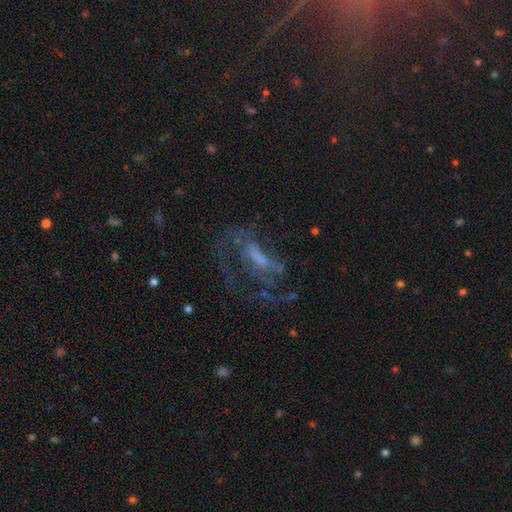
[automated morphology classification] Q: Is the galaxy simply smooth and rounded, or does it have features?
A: featured or disk — 68%.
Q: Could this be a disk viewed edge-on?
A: no — 92%.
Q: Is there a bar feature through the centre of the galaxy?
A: weak — 38%.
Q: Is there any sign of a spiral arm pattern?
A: yes — 66%.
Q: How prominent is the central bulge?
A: none — 33%.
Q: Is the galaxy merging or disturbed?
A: none — 43%.